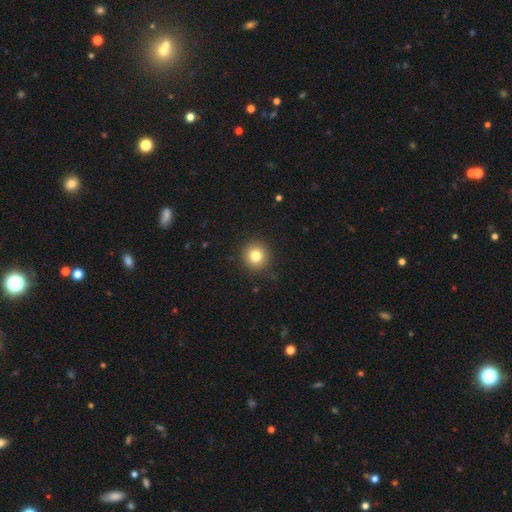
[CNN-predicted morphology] Smooth or featured: smooth — 81% (star or artifact — 11%)
How rounded: round — 94% (in between — 5%)
Merging: none — 89% (minor disturbance — 8%)